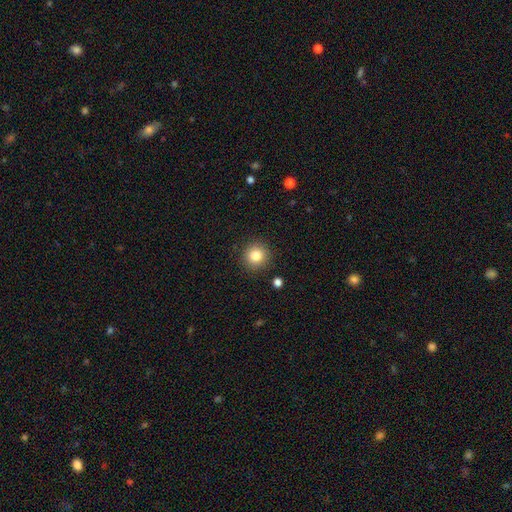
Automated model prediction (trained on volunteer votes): A smooth galaxy with no disk features (84%) that is round (93%).

Vote fractions:
- Smooth or featured? smooth: 84% / star or artifact: 10% / featured or disk: 6%
- How rounded? round: 93% / in between: 6% / cigar-shaped: 1%
- Merging? none: 89% / minor disturbance: 7% / major disturbance: 2% / merger: 2%